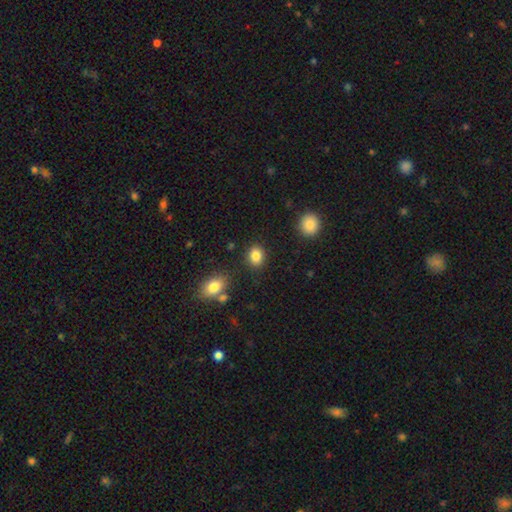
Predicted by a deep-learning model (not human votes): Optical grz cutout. It shows a smooth galaxy with no disk features (86%) that is in between round and cigar-shaped (50%). Merging: none (86%).